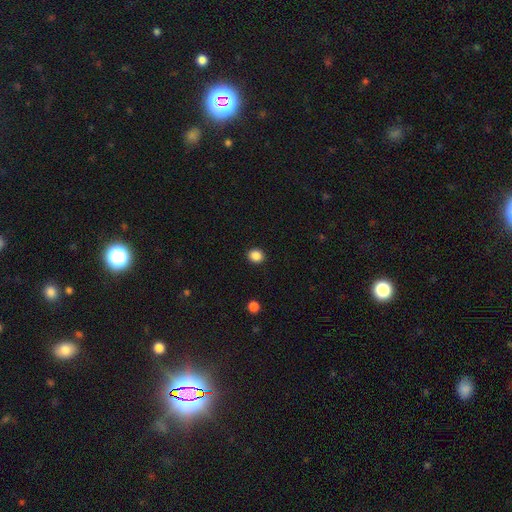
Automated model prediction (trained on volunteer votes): This is clearly a smooth galaxy (87%). How rounded: likely round (78%). Merging: clearly none (92%).